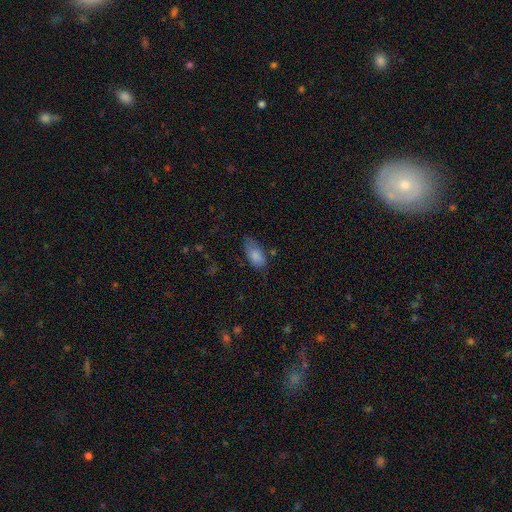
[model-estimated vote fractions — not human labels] Smooth or featured? smooth (84%)
How rounded? in between (91%)
Merging? none (58%)